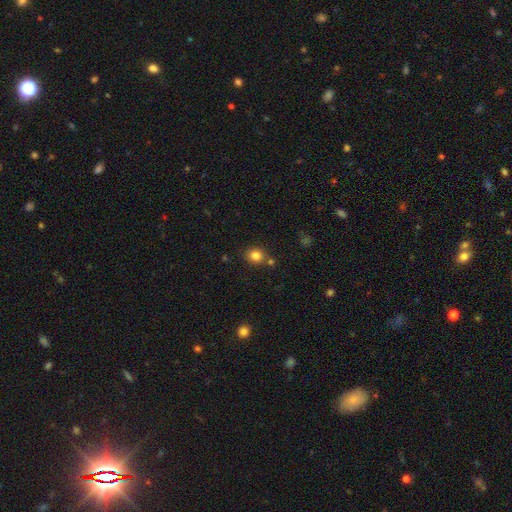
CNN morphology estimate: Overall: smooth (82%). How rounded: round (77%). Merging: none (75%).